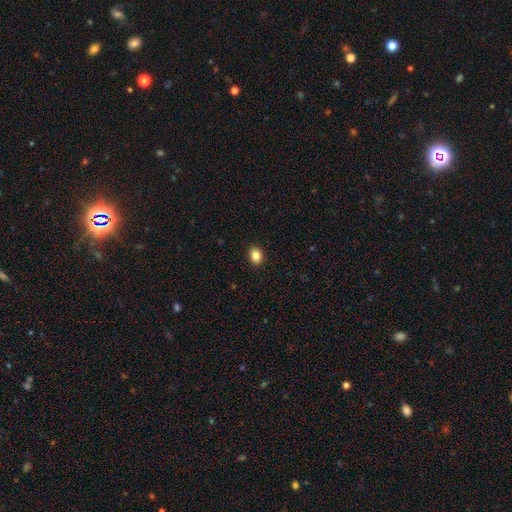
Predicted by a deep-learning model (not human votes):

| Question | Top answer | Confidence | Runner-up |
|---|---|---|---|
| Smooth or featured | smooth | 86% | star or artifact (10%) |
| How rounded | in between | 50% | round (49%) |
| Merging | none | 91% | minor disturbance (6%) |